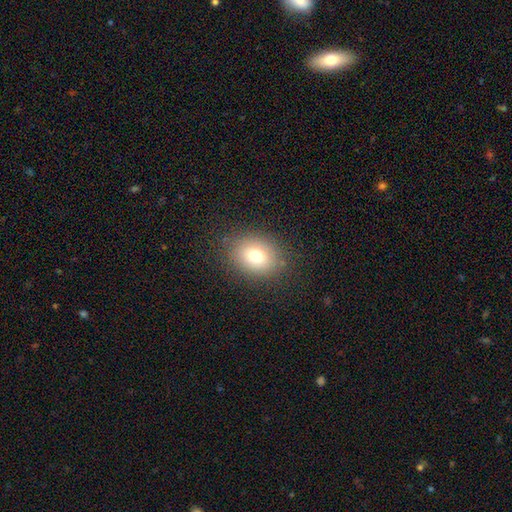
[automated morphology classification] Overall: smooth (75%). How rounded: in between (51%; round 49%). Merging: none (84%).